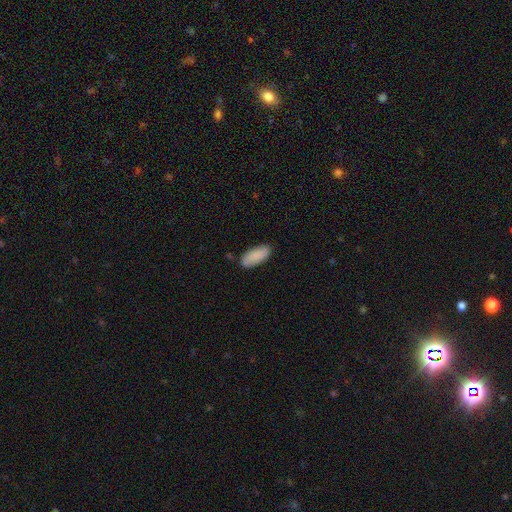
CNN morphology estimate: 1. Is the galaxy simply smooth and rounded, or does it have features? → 88% smooth, 6% featured or disk, 6% star or artifact.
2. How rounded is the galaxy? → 88% in between, 10% cigar-shaped, 2% round.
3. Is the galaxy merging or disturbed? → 82% none, 14% minor disturbance, 2% major disturbance, 2% merger.